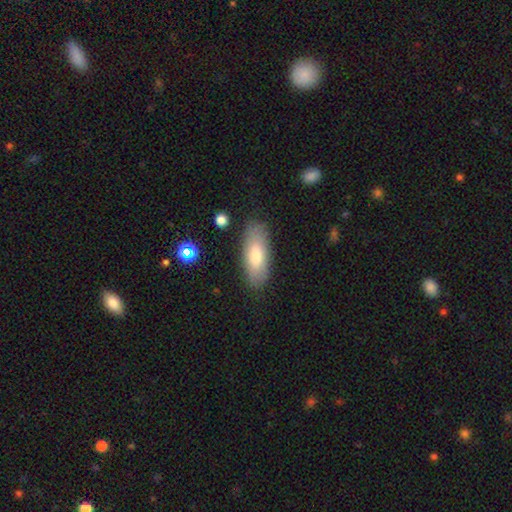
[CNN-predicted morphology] This is likely a smooth galaxy (74%). How rounded: likely in between (78%). Merging: clearly none (83%).